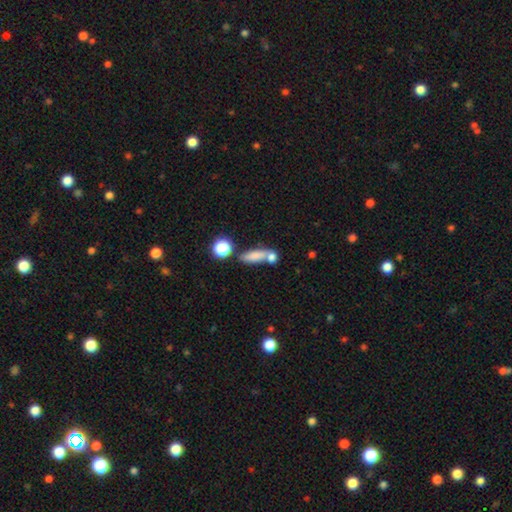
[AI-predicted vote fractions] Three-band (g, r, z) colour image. It shows a smooth galaxy with no disk features (76%) that is in between round and cigar-shaped (51%). Merging: none (47%).